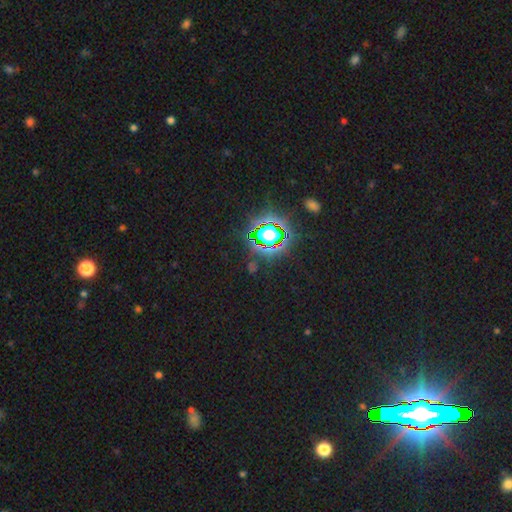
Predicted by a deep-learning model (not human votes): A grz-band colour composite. It shows a star or artifact, not a galaxy (84%).